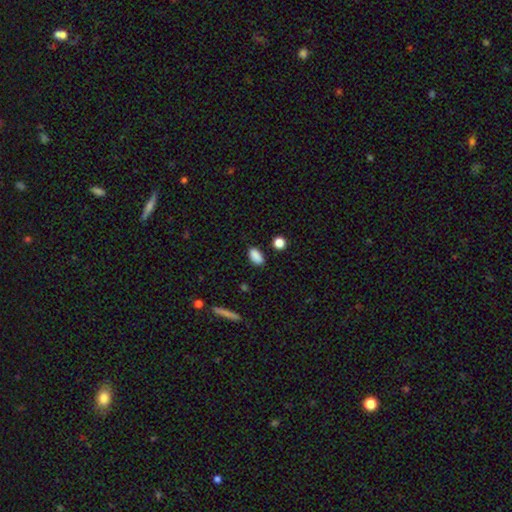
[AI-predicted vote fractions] This is clearly a smooth galaxy (87%). How rounded: clearly in between (87%). Merging: clearly none (83%).